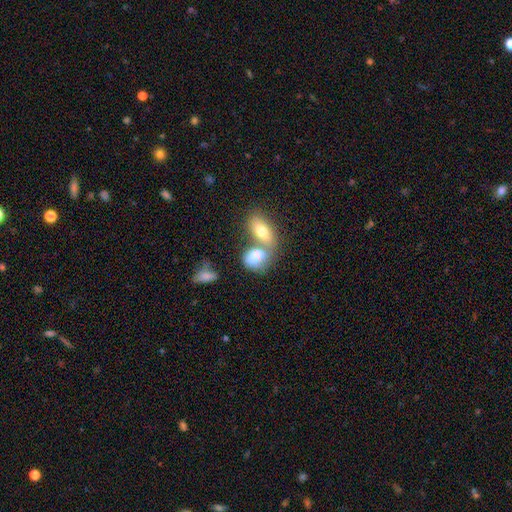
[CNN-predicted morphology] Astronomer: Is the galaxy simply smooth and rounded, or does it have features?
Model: smooth — 72%.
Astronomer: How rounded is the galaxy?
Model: in between — 82%.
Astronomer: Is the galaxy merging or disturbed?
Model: merger — 66%.